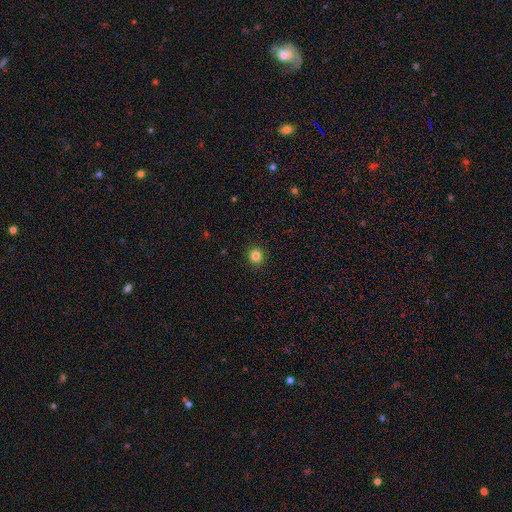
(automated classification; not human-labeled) A smooth galaxy with no disk features (84%) that is round (93%).

Vote fractions:
- Smooth or featured? smooth: 84% / star or artifact: 12% / featured or disk: 4%
- How rounded? round: 93% / in between: 6% / cigar-shaped: 1%
- Merging? none: 92% / minor disturbance: 5% / major disturbance: 2% / merger: 1%